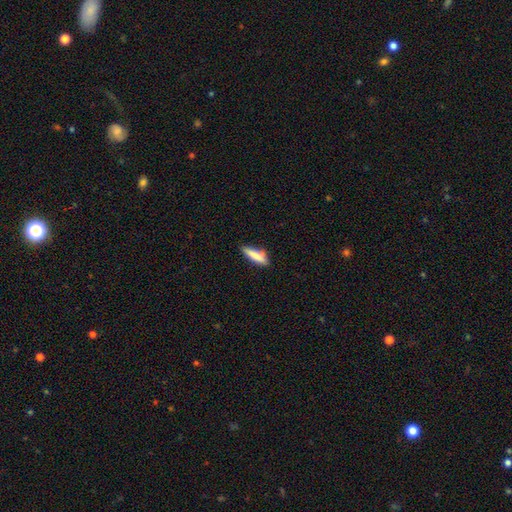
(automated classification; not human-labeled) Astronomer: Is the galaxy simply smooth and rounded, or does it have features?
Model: smooth — 80%.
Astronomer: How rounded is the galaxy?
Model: cigar-shaped — 68%.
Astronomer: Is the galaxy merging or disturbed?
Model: none — 68%.